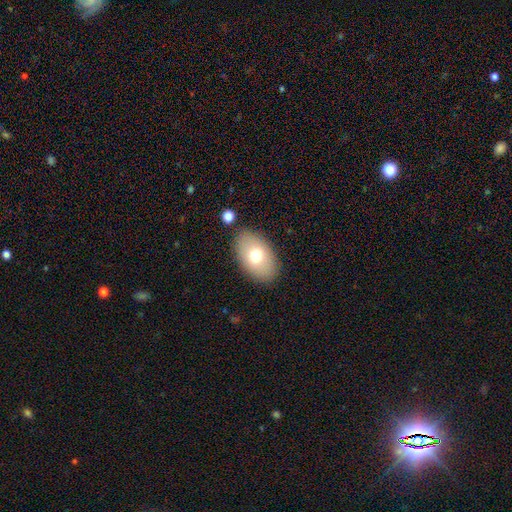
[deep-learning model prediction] This is likely a smooth galaxy (72%). How rounded: clearly in between (91%). Merging: clearly none (85%).